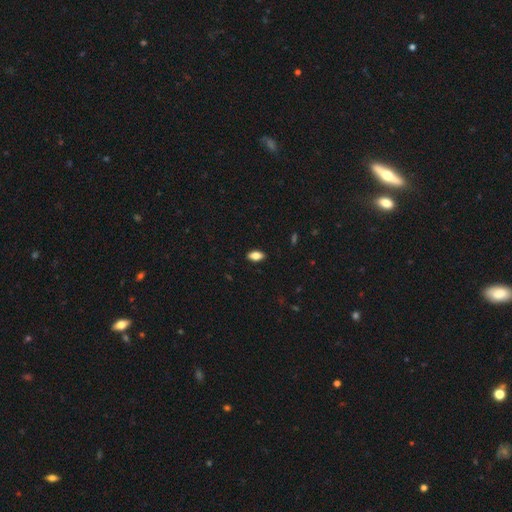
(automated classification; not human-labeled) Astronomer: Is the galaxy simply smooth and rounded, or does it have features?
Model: smooth — 81%.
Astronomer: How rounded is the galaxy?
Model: in between — 88%.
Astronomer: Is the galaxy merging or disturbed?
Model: none — 88%.